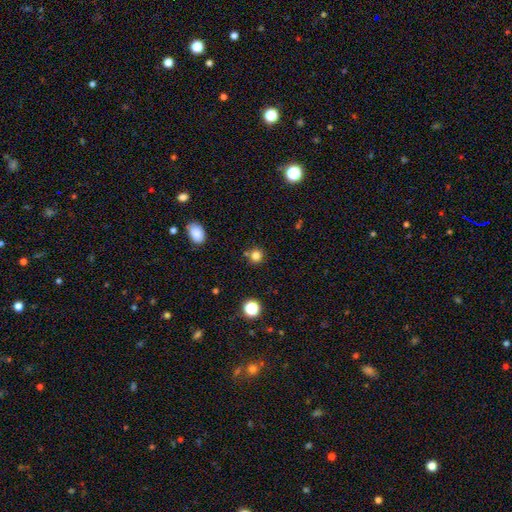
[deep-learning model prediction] smooth_or_featured: smooth (p=0.80) [alt: star or artifact p=0.14]
how_rounded: round (p=0.91) [alt: in between p=0.08]
merging: none (p=0.78) [alt: merger p=0.10]